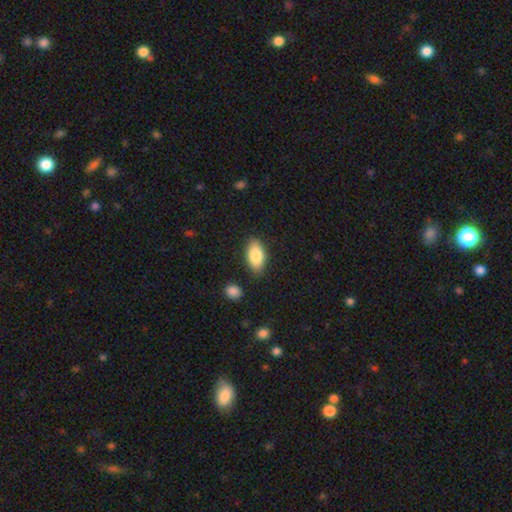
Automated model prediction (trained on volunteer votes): Smooth or featured: smooth — 83% (featured or disk — 11%)
How rounded: in between — 92% (cigar-shaped — 4%)
Merging: none — 84% (minor disturbance — 11%)